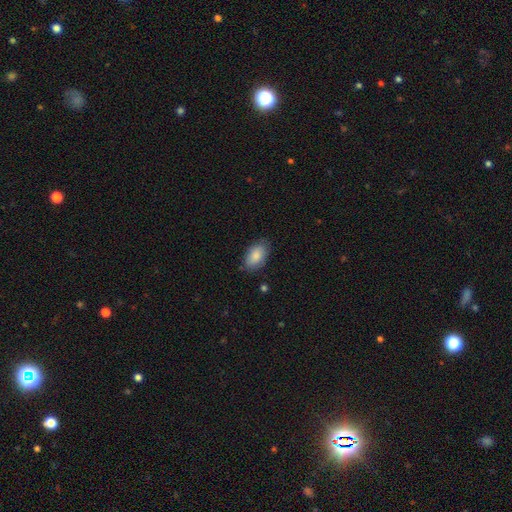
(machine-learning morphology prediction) This is clearly a smooth galaxy (85%). How rounded: clearly in between (93%). Merging: likely none (78%).